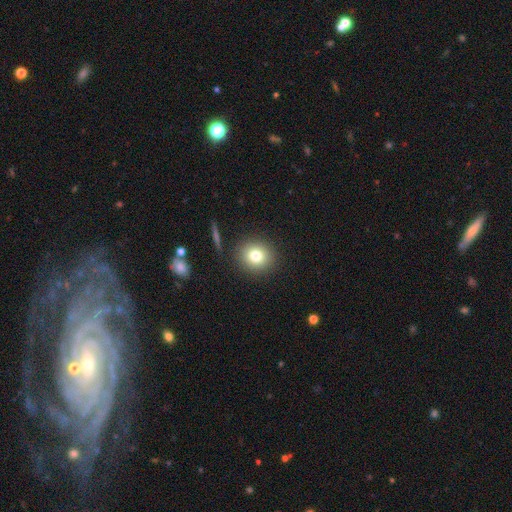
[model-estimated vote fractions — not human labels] smooth-or-featured: smooth: 78% | star or artifact: 12% | featured or disk: 10%
  how-rounded: round: 82% | in between: 17% | cigar-shaped: 1%
  merging: none: 88% | minor disturbance: 7% | major disturbance: 3% | merger: 2%